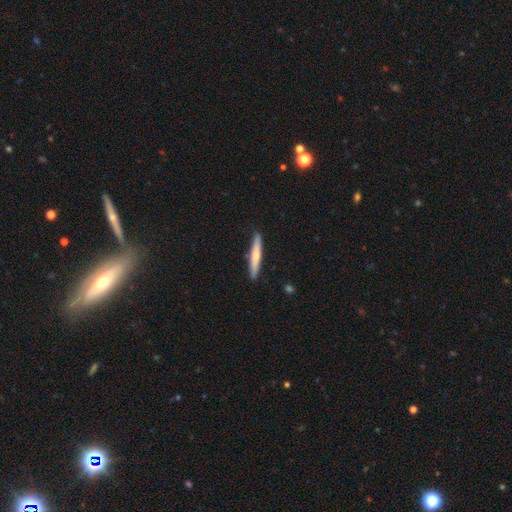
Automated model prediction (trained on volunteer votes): Smooth or featured: smooth — 60% (featured or disk — 35%)
How rounded: cigar-shaped — 94% (in between — 5%)
Merging: none — 89% (minor disturbance — 8%)